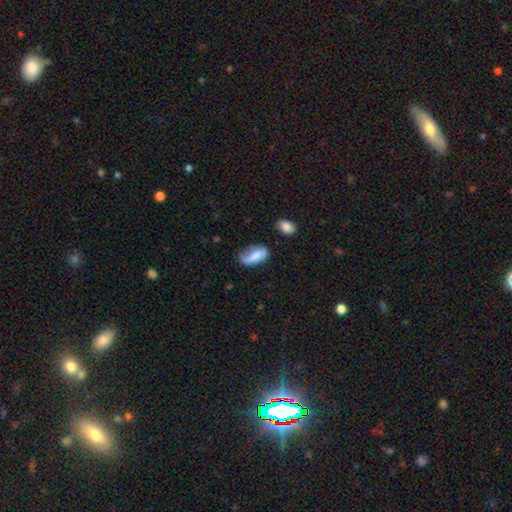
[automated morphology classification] smooth 67%, featured or disk 25%, star or artifact 8%. Down the decision tree: how rounded — in between (86%); merging — none (48%).